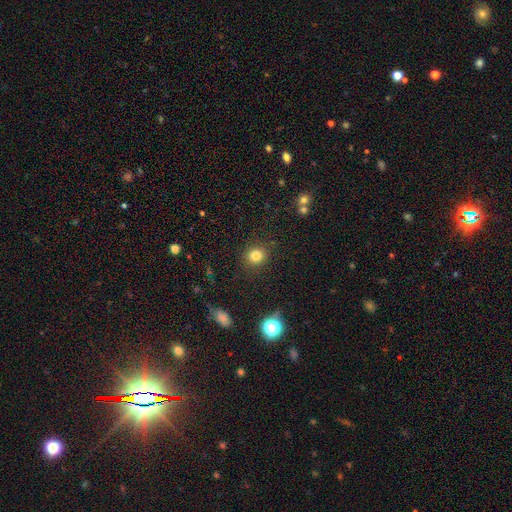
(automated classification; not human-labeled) Smooth or featured? smooth (81%)
How rounded? round (83%)
Merging? none (88%)